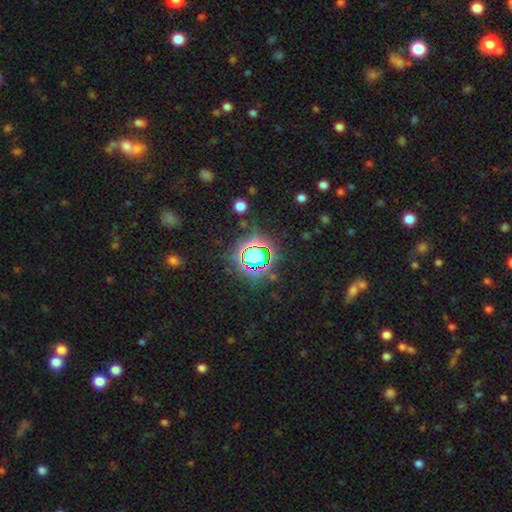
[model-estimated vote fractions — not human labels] Smooth or featured? star or artifact (74%)